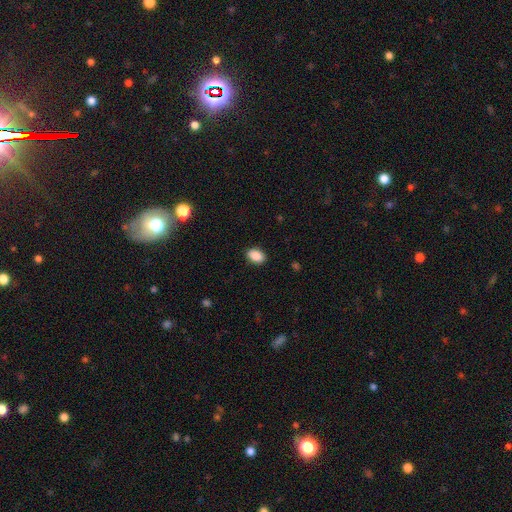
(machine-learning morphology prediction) smooth_or_featured: smooth (p=0.89) [alt: star or artifact p=0.08]
how_rounded: in between (p=0.85) [alt: round p=0.13]
merging: none (p=0.89) [alt: minor disturbance p=0.08]